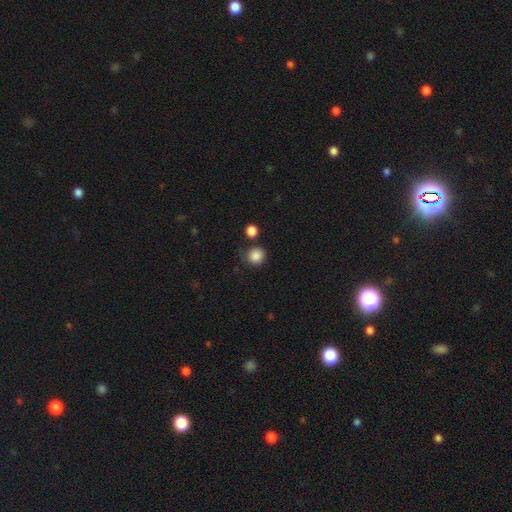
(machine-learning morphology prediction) smooth_or_featured: smooth (p=0.87) [alt: star or artifact p=0.10]
how_rounded: round (p=0.91) [alt: in between p=0.08]
merging: none (p=0.73) [alt: minor disturbance p=0.15]